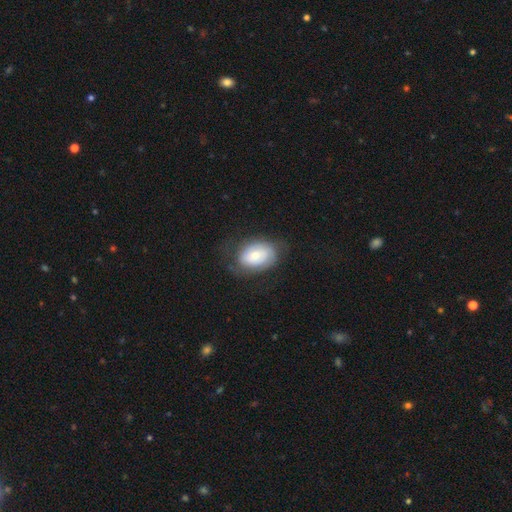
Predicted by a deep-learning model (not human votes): Smooth or featured: smooth — 57% (featured or disk — 36%)
How rounded: in between — 80% (round — 19%)
Merging: none — 67% (minor disturbance — 21%)